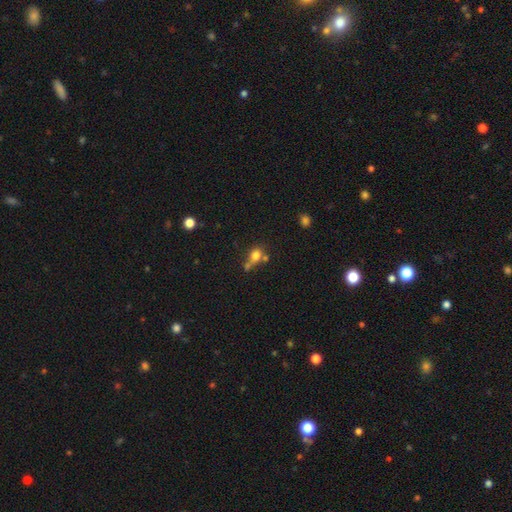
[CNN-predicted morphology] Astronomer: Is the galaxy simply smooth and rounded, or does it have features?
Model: smooth — 74%.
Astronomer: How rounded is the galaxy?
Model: round — 59% (runner-up: in between, 38%).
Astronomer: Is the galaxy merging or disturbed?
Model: none — 42% (runner-up: merger, 32%).